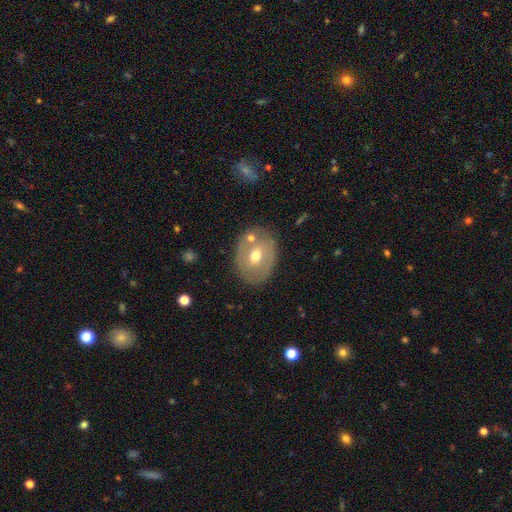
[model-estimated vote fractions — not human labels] A smooth galaxy with no disk features (48%).

Vote fractions:
- Smooth or featured? smooth: 48% / featured or disk: 44% / star or artifact: 8%
- Merging? none: 73% / minor disturbance: 15% / merger: 7% / major disturbance: 5%